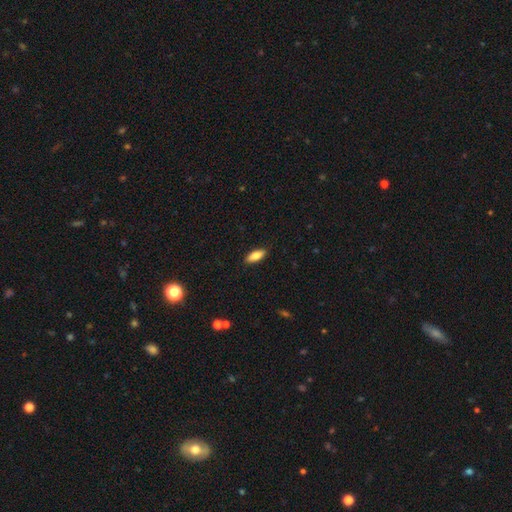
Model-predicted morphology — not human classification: A smooth galaxy with no disk features (79%) that is in between round and cigar-shaped (75%). Merging: none (89%).